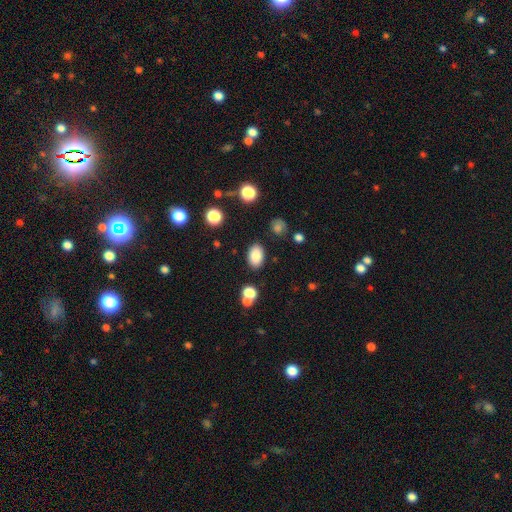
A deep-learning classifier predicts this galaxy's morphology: Smooth or featured? smooth (85%)
How rounded? in between (89%)
Merging? none (84%)